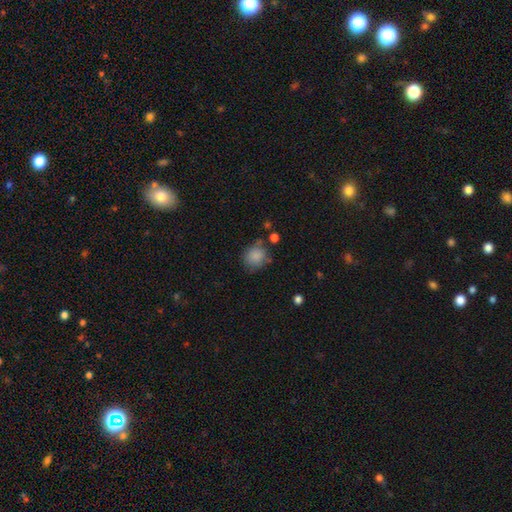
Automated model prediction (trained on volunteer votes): Q: Smooth or featured?
A: smooth (85%); runner-up: star or artifact (9%)
Q: How rounded?
A: round (77%); runner-up: in between (22%)
Q: Merging?
A: none (67%); runner-up: minor disturbance (21%)